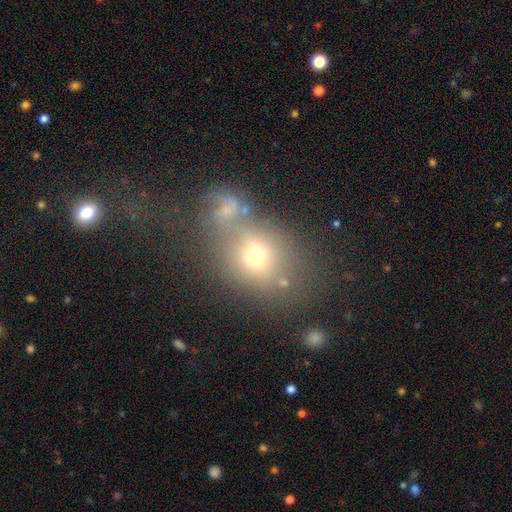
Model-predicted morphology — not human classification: smooth-or-featured: smooth: 60% | featured or disk: 20% | star or artifact: 20%
  how-rounded: round: 55% | in between: 44% | cigar-shaped: 2%
  merging: merger: 39% | none: 36% | minor disturbance: 13% | major disturbance: 12%